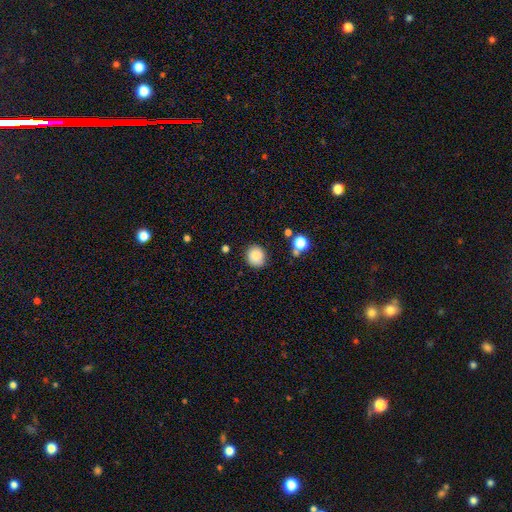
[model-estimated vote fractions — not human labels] This appears to be a smooth galaxy with no disk features (83%) that is round (79%). Merging: none (82%).